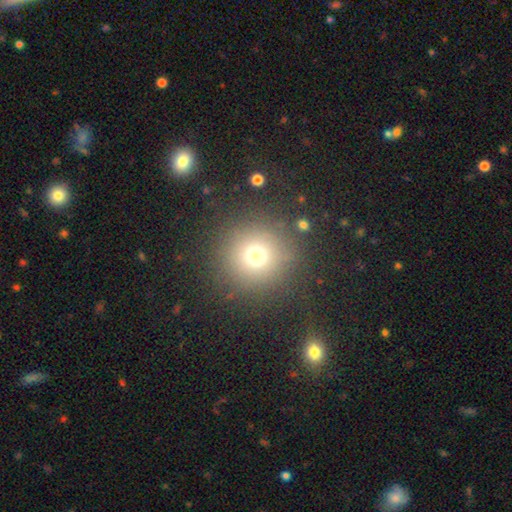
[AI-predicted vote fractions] Overall: smooth (71%). How rounded: round (95%). Merging: none (86%).